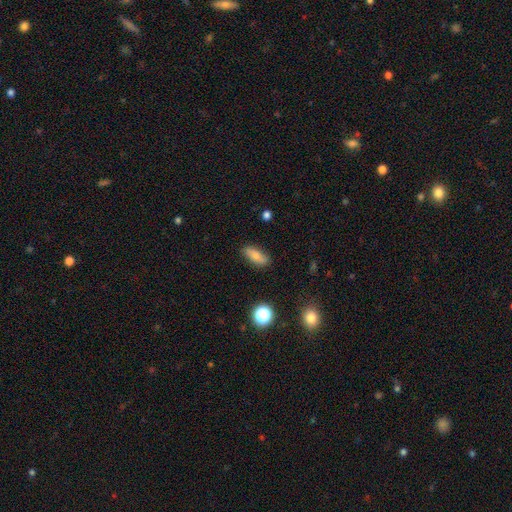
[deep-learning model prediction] smooth 72%, featured or disk 19%, star or artifact 9%. Down the decision tree: how rounded — in between (74%); merging — none (83%).